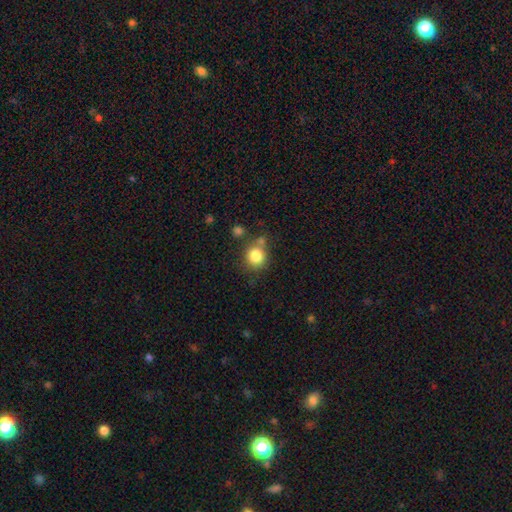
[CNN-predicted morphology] smooth-or-featured: smooth: 83% | star or artifact: 11% | featured or disk: 7%
  how-rounded: round: 86% | in between: 13% | cigar-shaped: 1%
  merging: none: 68% | merger: 14% | minor disturbance: 13% | major disturbance: 5%